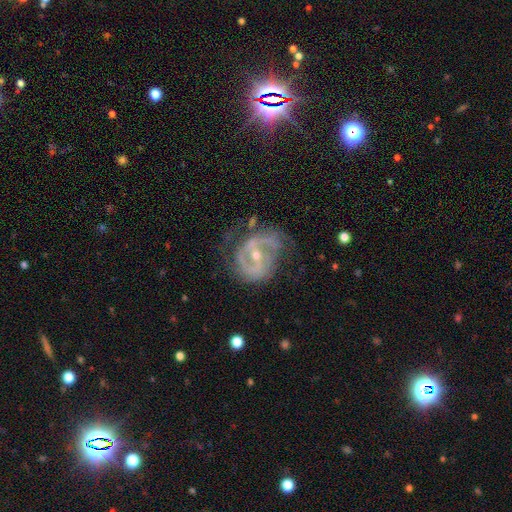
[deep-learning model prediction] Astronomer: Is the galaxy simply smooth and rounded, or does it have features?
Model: featured or disk — 86%.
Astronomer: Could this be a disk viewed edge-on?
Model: no — 97%.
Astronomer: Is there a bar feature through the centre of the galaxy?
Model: weak — 38%, tied with strong at 38%.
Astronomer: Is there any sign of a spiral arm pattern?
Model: yes — 91%.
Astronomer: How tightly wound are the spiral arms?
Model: medium — 47% (runner-up: tight, 32%).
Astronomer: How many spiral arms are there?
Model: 2 — 72%.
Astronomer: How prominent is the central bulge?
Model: small — 55% (runner-up: moderate, 42%).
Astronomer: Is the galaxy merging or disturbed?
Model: none — 55%.